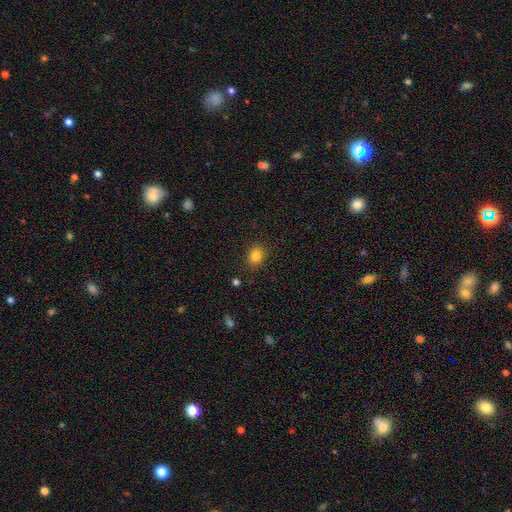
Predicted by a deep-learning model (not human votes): Smooth or featured? Predicted: smooth (p=0.83). How rounded? Predicted: round (p=0.66). Merging? Predicted: none (p=0.87).